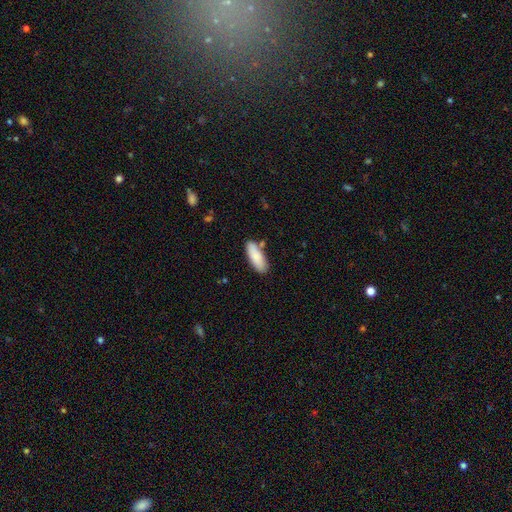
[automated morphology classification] This is clearly a smooth galaxy (85%). How rounded: likely in between (66%). Merging: likely none (78%).